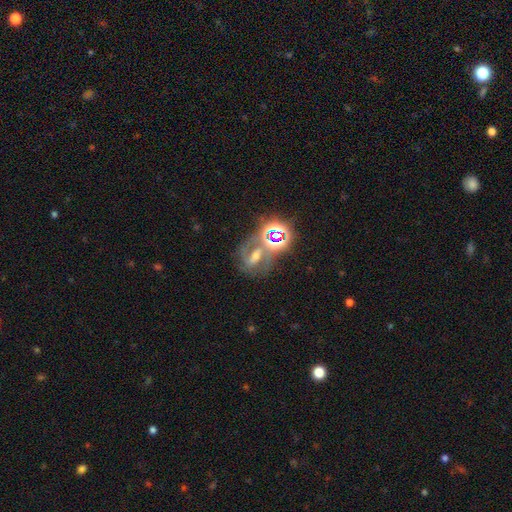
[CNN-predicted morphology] Smooth or featured: featured or disk — 51% (star or artifact — 33%)
Edge-on disk: no — 95% (yes — 5%)
Merging: none — 52% (merger — 21%)